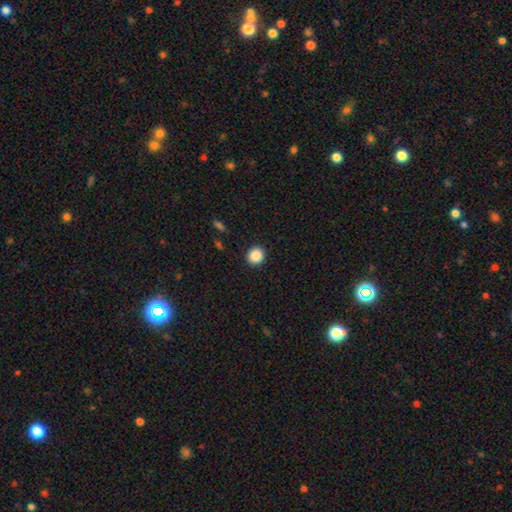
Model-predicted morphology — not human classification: Smooth or featured? Predicted: smooth (p=0.88). How rounded? Predicted: round (p=0.86). Merging? Predicted: none (p=0.92).